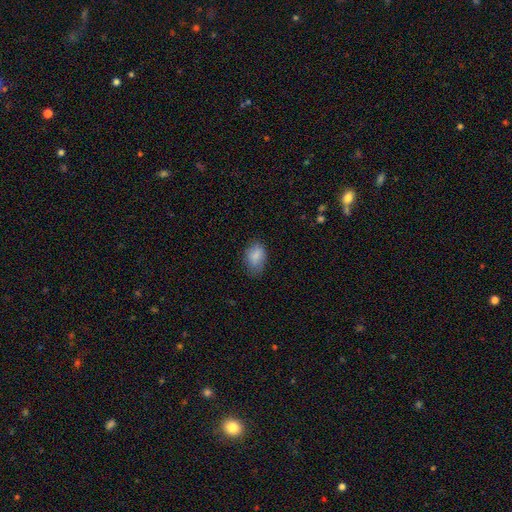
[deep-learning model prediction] This appears to be a smooth galaxy with no disk features (85%) that is in between round and cigar-shaped (85%). Merging: none (66%).